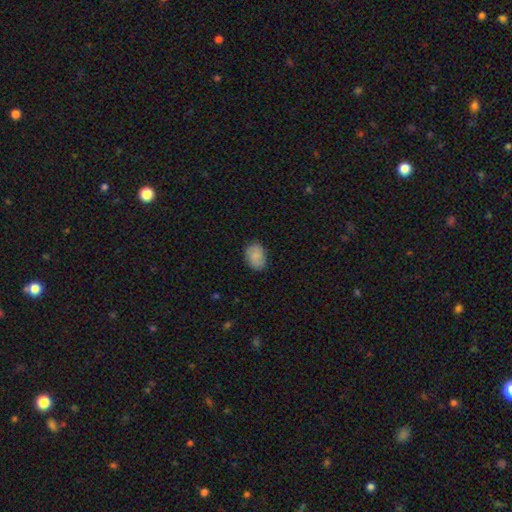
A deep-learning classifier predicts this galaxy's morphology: This is likely a smooth galaxy (76%). How rounded: likely in between (72%). Merging: clearly none (82%).